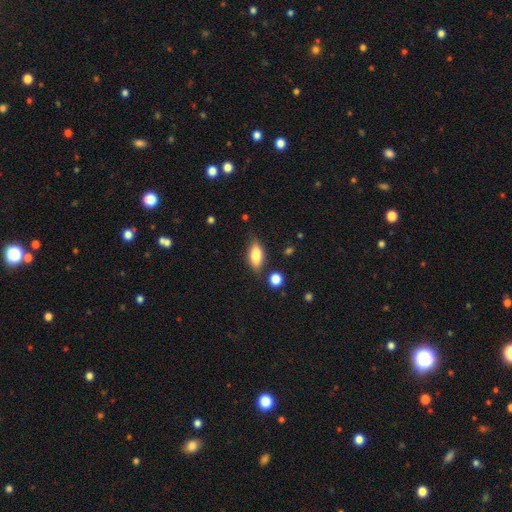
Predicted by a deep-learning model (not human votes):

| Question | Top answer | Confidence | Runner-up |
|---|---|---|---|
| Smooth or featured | smooth | 77% | featured or disk (15%) |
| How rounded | in between | 81% | cigar-shaped (15%) |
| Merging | none | 76% | minor disturbance (16%) |